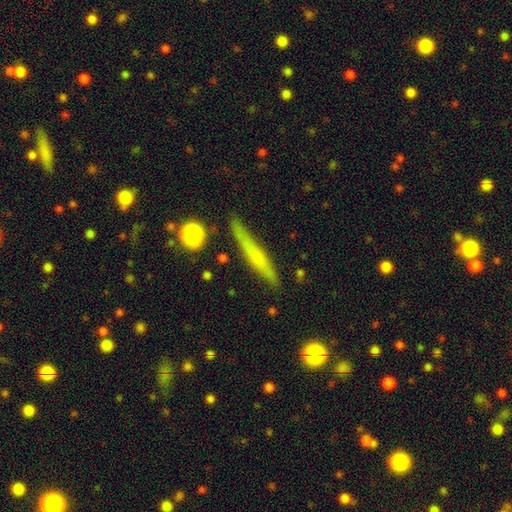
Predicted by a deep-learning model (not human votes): This is possibly a smooth galaxy (52%). How rounded: clearly cigar-shaped (93%). Merging: clearly none (83%).